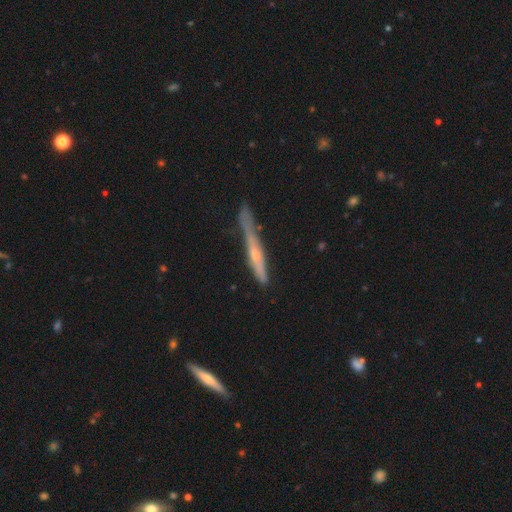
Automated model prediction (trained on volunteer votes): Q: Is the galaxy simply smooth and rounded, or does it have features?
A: featured or disk — 57%.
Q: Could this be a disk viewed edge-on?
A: yes — 91%.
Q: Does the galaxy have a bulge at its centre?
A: rounded — 60%.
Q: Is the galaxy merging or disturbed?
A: none — 58%.